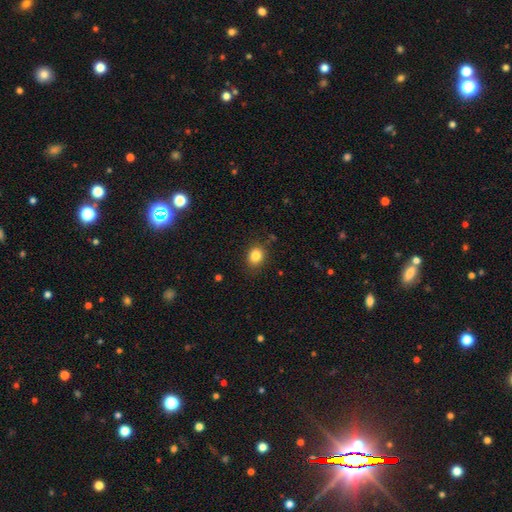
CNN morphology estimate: The model was most divided on "how rounded": round: 56%, in between: 43%, cigar-shaped: 1%. More confident: merging — none (85%); smooth or featured — smooth (84%).